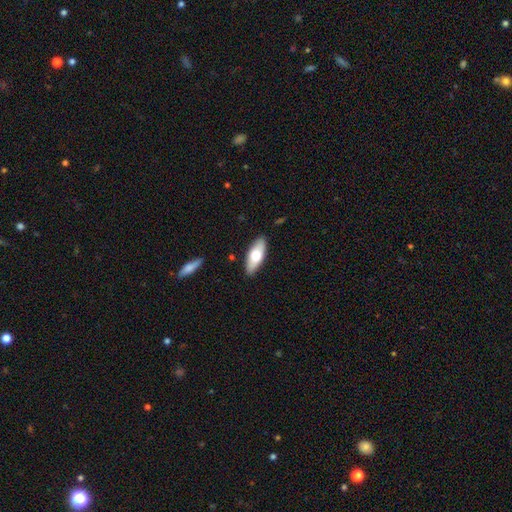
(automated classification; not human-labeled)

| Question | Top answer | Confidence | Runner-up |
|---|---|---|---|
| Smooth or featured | smooth | 67% | featured or disk (28%) |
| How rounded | in between | 75% | cigar-shaped (23%) |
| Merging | none | 88% | minor disturbance (9%) |